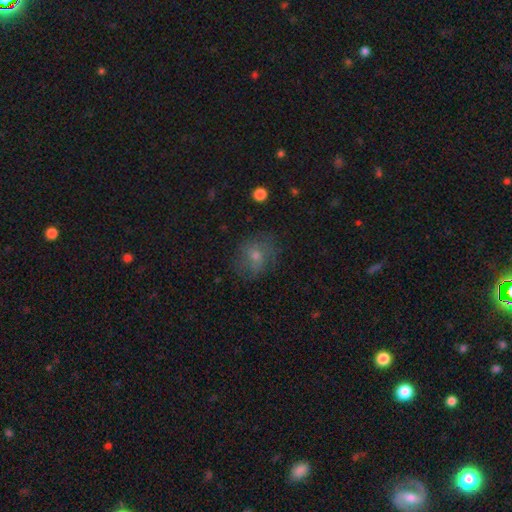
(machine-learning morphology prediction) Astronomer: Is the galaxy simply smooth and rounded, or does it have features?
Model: smooth — 49% (runner-up: featured or disk, 35%).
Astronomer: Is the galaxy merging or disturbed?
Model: none — 70%.